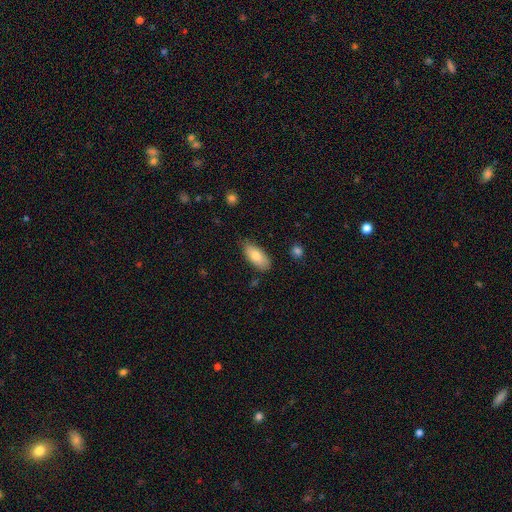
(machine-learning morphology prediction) smooth_or_featured: smooth (p=0.79) [alt: featured or disk p=0.15]
how_rounded: in between (p=0.87) [alt: cigar-shaped p=0.10]
merging: none (p=0.76) [alt: minor disturbance p=0.19]